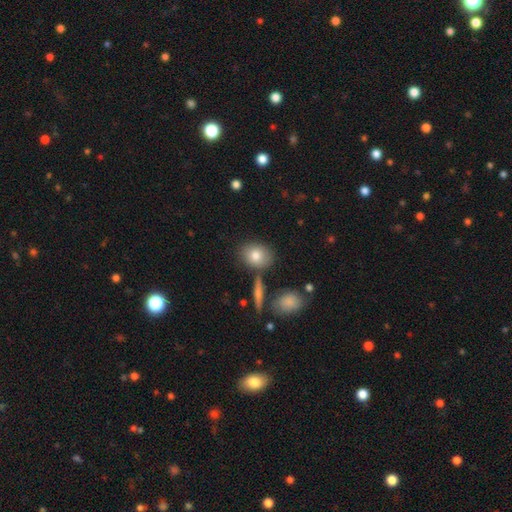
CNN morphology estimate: type=smooth (79%); roundness=in between (53%); merging=none (75%).